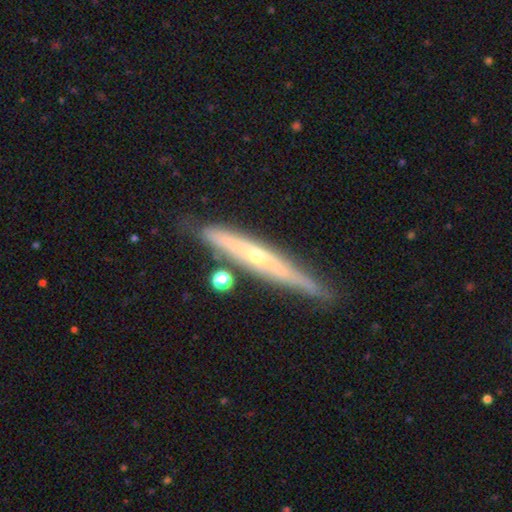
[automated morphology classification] smooth_or_featured: featured or disk (p=0.73) [alt: smooth p=0.21]
disk_edge_on: yes (p=0.90) [alt: no p=0.10]
edge_on_bulge: rounded (p=0.65) [alt: none p=0.31]
merging: none (p=0.74) [alt: minor disturbance p=0.17]